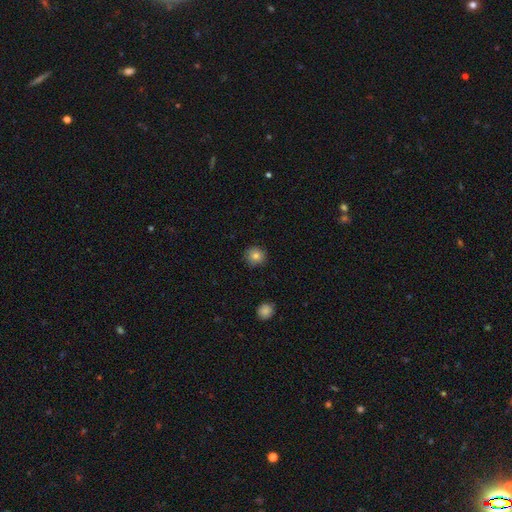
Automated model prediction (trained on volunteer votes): The model was most divided on "smooth or featured": smooth: 82%, star or artifact: 10%, featured or disk: 8%. More confident: how rounded — round (92%); merging — none (88%).